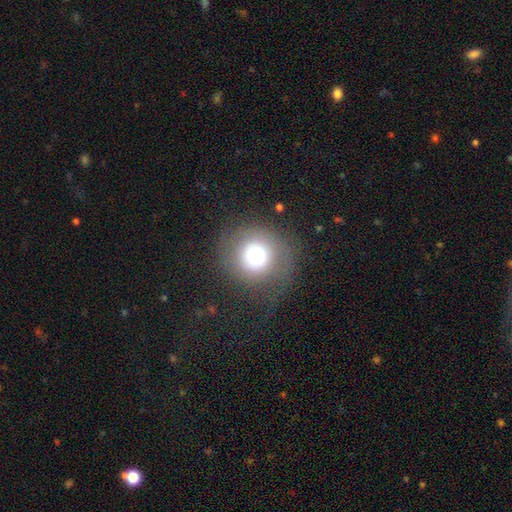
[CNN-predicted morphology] Overall: smooth (68%). How rounded: round (92%). Merging: none (72%).